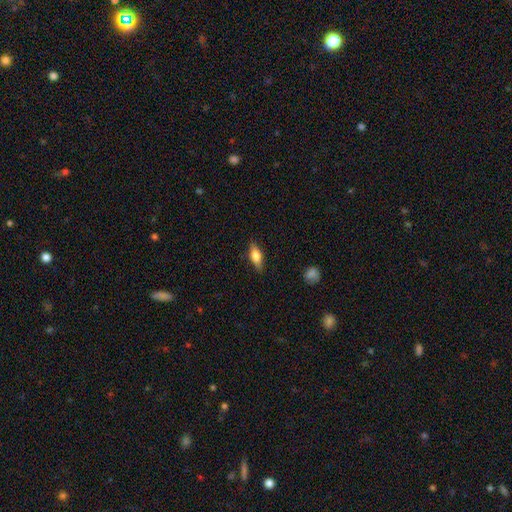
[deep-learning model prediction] This is likely a smooth galaxy (64%). How rounded: likely in between (70%). Merging: clearly none (84%).